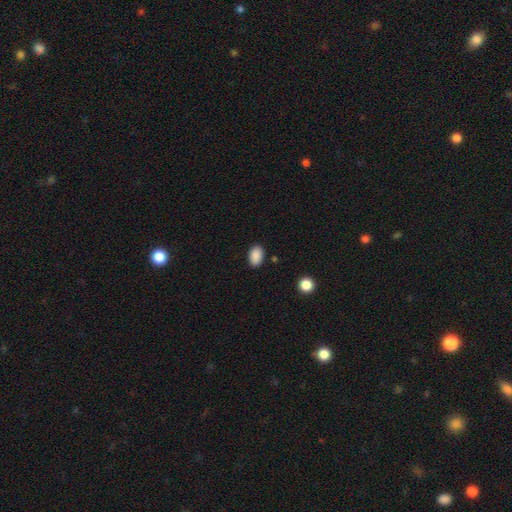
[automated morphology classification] This appears to be a smooth galaxy with no disk features (89%) that is in between round and cigar-shaped (88%). Merging: none (87%).